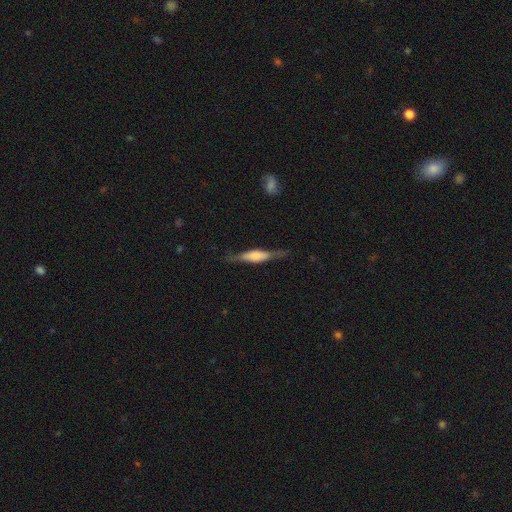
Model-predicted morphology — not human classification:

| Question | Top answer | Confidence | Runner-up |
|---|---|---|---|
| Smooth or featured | featured or disk | 63% | smooth (31%) |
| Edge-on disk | yes | 95% | no (5%) |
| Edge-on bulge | rounded | 51% | boxy (42%) |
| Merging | none | 79% | minor disturbance (15%) |